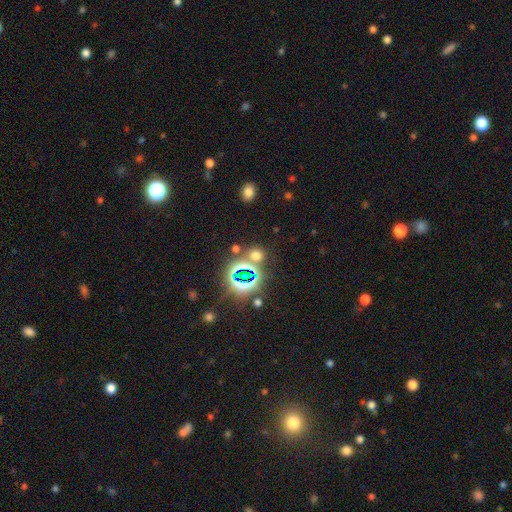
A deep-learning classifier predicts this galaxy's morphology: smooth 47%, star or artifact 46%, featured or disk 7%. Down the decision tree: merging — none (72%).